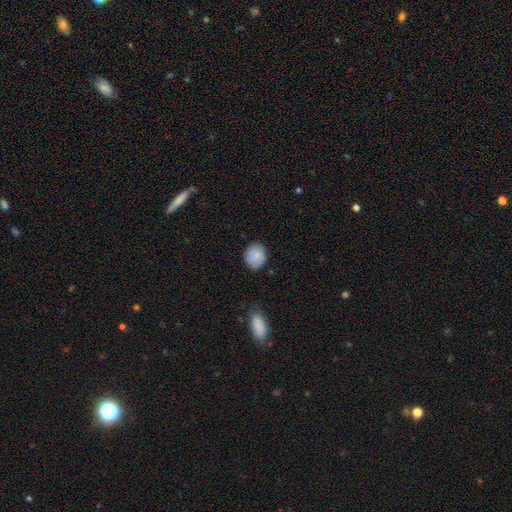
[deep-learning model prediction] smooth_or_featured: smooth (p=0.86) [alt: star or artifact p=0.07]
how_rounded: round (p=0.70) [alt: in between p=0.29]
merging: none (p=0.81) [alt: minor disturbance p=0.15]